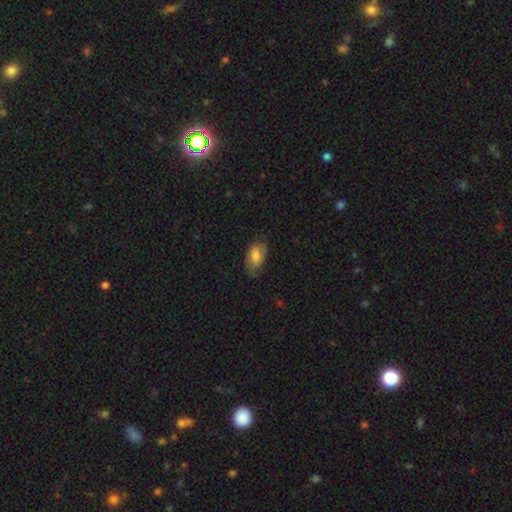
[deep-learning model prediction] This appears to be a smooth galaxy with no disk features (69%) that is in between round and cigar-shaped (91%). Merging: none (62%).